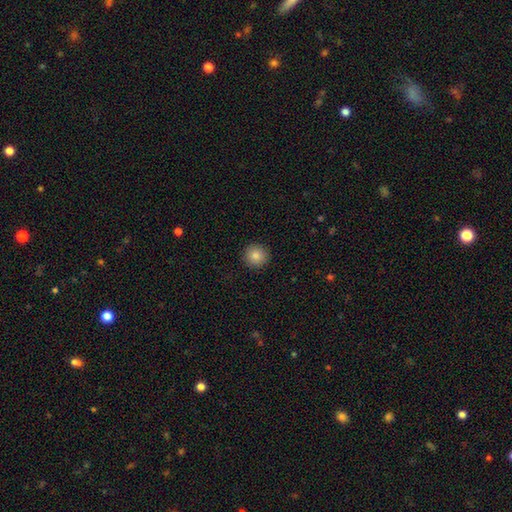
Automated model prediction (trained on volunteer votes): smooth 85%, star or artifact 9%, featured or disk 5%. Down the decision tree: how rounded — round (94%); merging — none (92%).